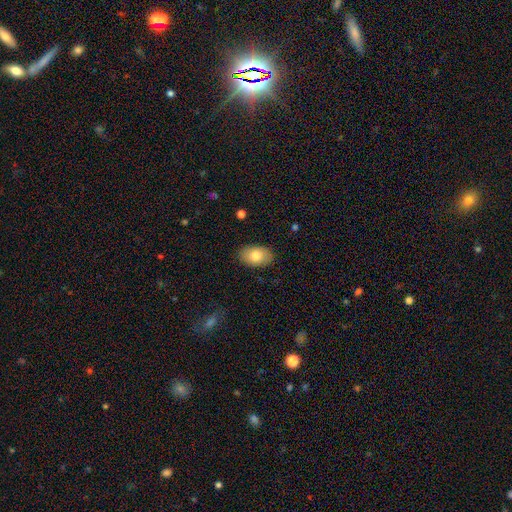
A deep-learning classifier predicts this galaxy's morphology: smooth-or-featured: smooth: 80% | featured or disk: 13% | star or artifact: 7%
  how-rounded: in between: 90% | round: 9% | cigar-shaped: 1%
  merging: none: 87% | minor disturbance: 10% | major disturbance: 2% | merger: 1%